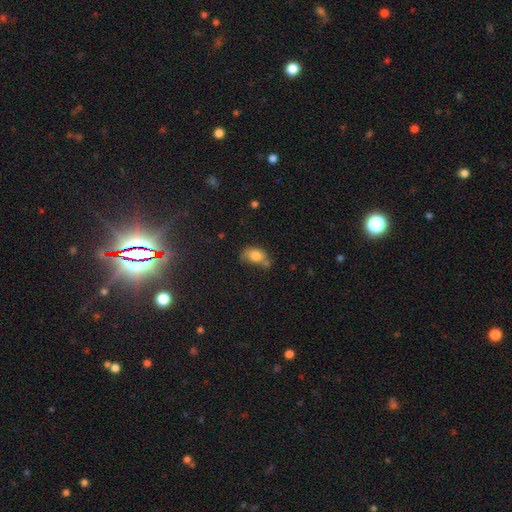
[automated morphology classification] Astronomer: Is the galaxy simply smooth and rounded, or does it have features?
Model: smooth — 76%.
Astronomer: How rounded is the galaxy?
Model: in between — 78%.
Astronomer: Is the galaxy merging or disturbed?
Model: none — 38% (runner-up: minor disturbance, 27%).